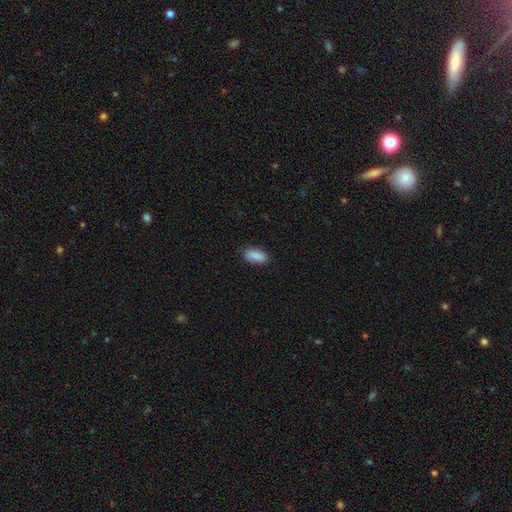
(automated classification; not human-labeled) smooth 89%, star or artifact 7%, featured or disk 4%. Down the decision tree: how rounded — in between (84%); merging — none (85%).